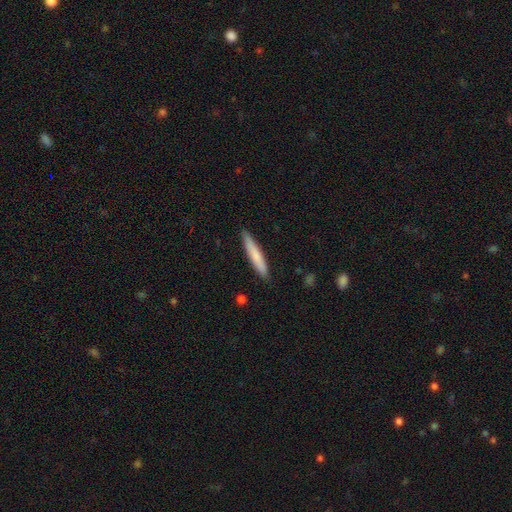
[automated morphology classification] Q: Smooth or featured?
A: smooth (73%); runner-up: featured or disk (22%)
Q: How rounded?
A: cigar-shaped (92%); runner-up: in between (7%)
Q: Merging?
A: none (89%); runner-up: minor disturbance (9%)